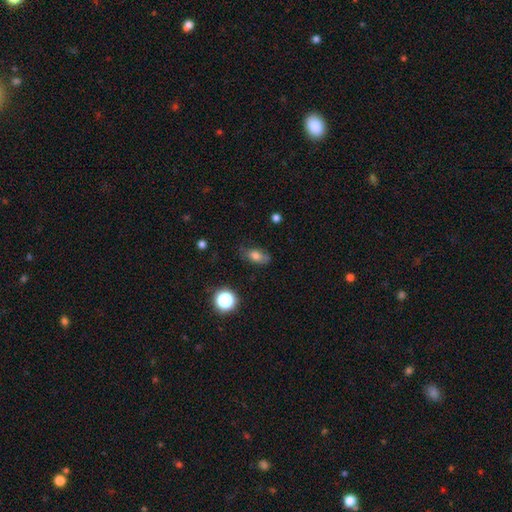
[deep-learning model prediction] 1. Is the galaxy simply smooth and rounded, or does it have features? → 75% smooth, 13% featured or disk, 12% star or artifact.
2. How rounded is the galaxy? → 83% in between, 12% round, 5% cigar-shaped.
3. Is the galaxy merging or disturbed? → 69% none, 23% minor disturbance, 6% major disturbance, 2% merger.